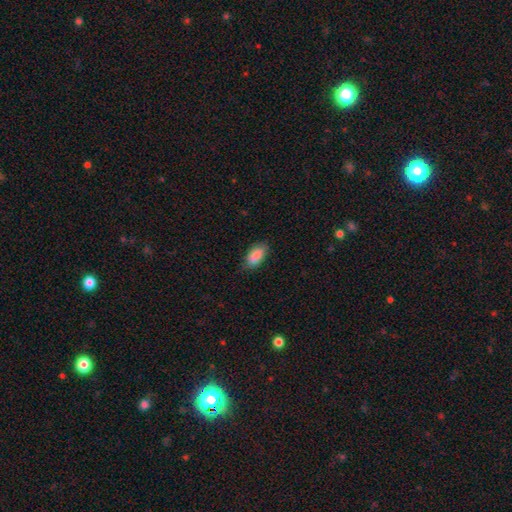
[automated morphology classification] Smooth or featured?
  - smooth: 88% *
  - star or artifact: 6%
  - featured or disk: 6%
How rounded?
  - in between: 91% *
  - cigar-shaped: 6%
  - round: 3%
Merging?
  - none: 76% *
  - minor disturbance: 19%
  - major disturbance: 3%
  - merger: 1%